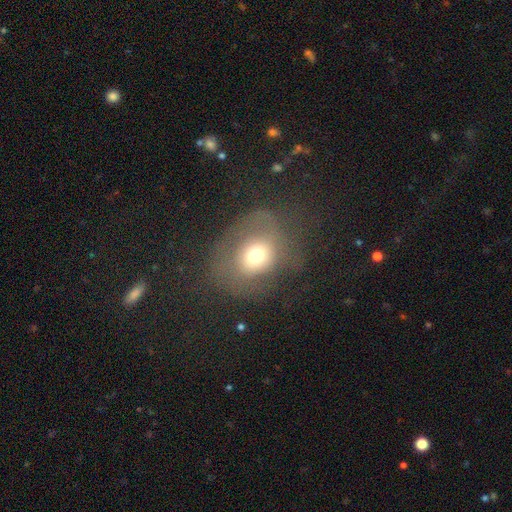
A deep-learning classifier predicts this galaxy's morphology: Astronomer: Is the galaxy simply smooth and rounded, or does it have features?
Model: smooth — 59%.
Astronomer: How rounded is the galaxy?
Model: round — 66%.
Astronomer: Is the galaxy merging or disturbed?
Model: none — 39% (runner-up: major disturbance, 38%).